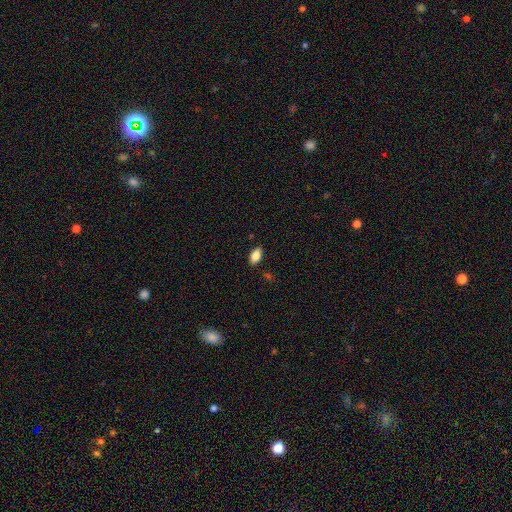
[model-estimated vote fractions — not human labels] Smooth or featured: smooth — 84% (star or artifact — 8%)
How rounded: in between — 92% (round — 6%)
Merging: none — 87% (minor disturbance — 10%)